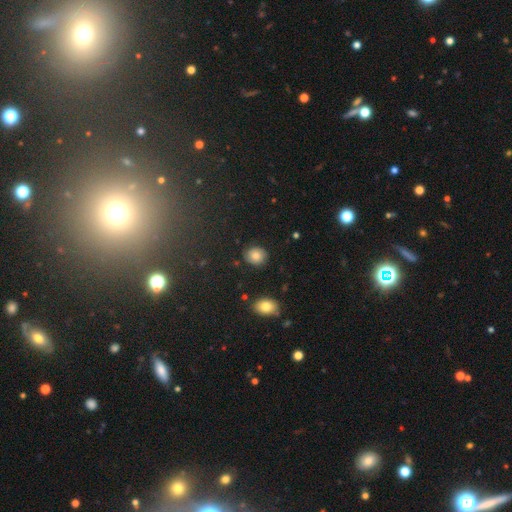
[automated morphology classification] This is likely a smooth galaxy (78%). How rounded: likely round (71%). Merging: clearly none (85%).